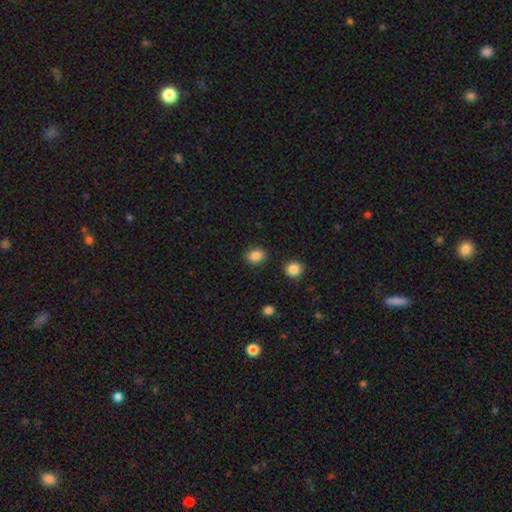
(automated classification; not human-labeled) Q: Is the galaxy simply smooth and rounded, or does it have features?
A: smooth — 86%.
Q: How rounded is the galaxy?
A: in between — 51%.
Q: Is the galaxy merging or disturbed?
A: none — 87%.